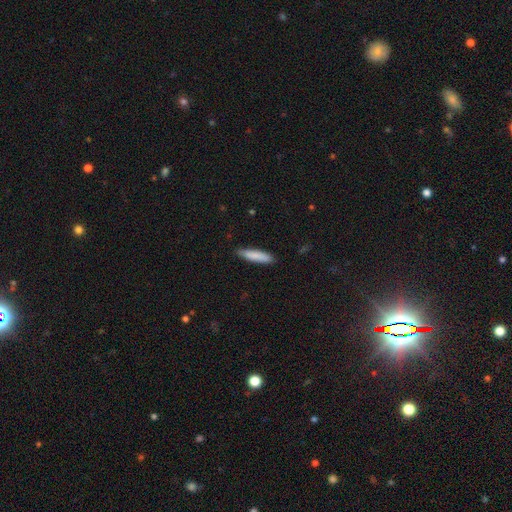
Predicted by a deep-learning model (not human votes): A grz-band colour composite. It shows a smooth galaxy with no disk features (85%) that is cigar-shaped (80%). Merging: none (85%).